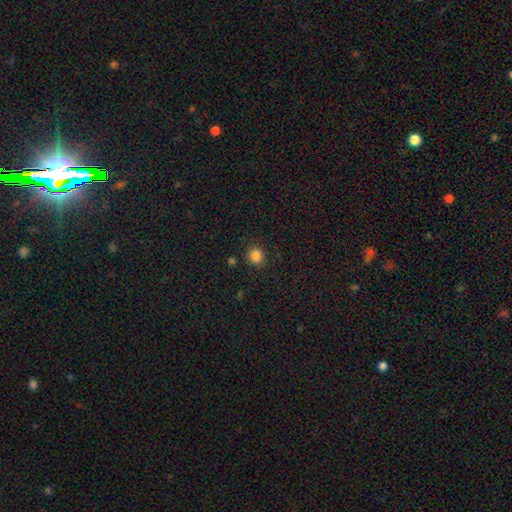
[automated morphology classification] Smooth or featured: smooth — 84% (star or artifact — 12%)
How rounded: round — 88% (in between — 11%)
Merging: none — 88% (minor disturbance — 7%)